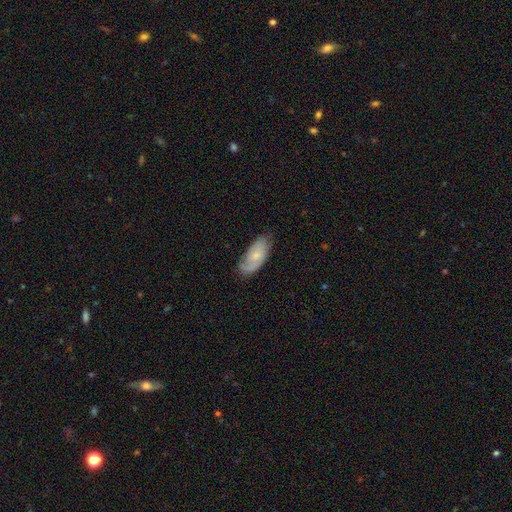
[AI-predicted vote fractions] Smooth or featured?
  - smooth: 49% *
  - featured or disk: 45%
  - star or artifact: 6%
Merging?
  - none: 63% *
  - minor disturbance: 27%
  - major disturbance: 8%
  - merger: 2%